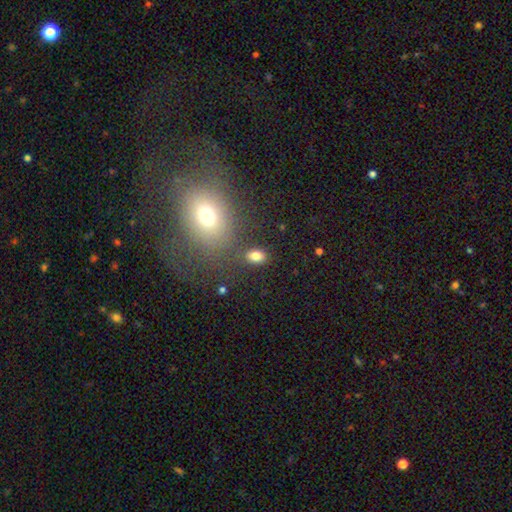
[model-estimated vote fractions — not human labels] This appears to be a smooth galaxy with no disk features (82%) that is in between round and cigar-shaped (83%). Merging: none (82%).